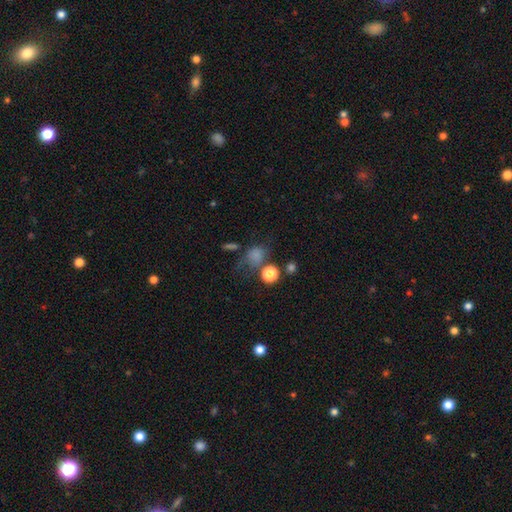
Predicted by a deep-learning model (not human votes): A smooth galaxy with no disk features (73%) that is round (70%).

Vote fractions:
- Smooth or featured? smooth: 73% / star or artifact: 18% / featured or disk: 9%
- How rounded? round: 70% / in between: 29% / cigar-shaped: 1%
- Merging? none: 47% / minor disturbance: 20% / major disturbance: 18% / merger: 15%